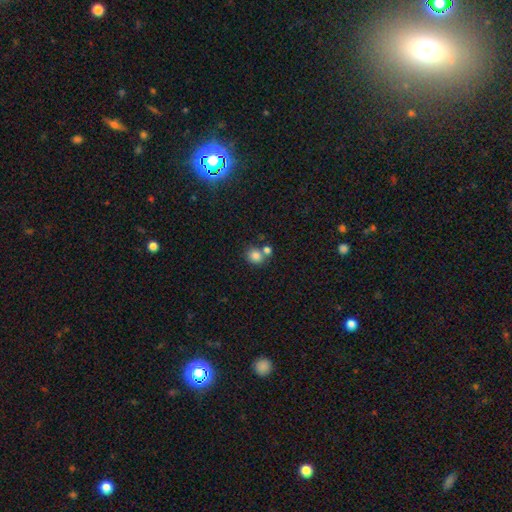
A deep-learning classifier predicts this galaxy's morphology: type=smooth (81%); roundness=round (77%); merging=none (55%).